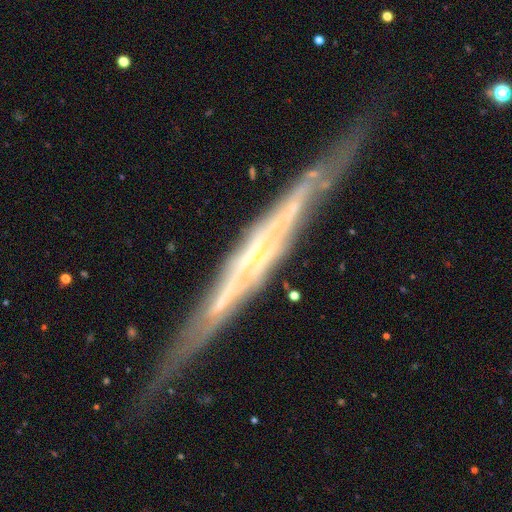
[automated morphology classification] Overall: featured or disk (86%). Edge-on disk: yes (94%). Edge-on bulge: rounded (38%; none 37%). Merging: none (83%).